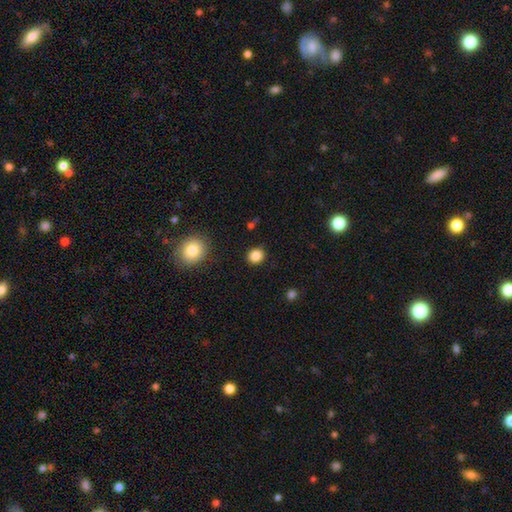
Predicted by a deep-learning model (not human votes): A smooth galaxy with no disk features (86%) that is round (84%). Merging: none (89%).